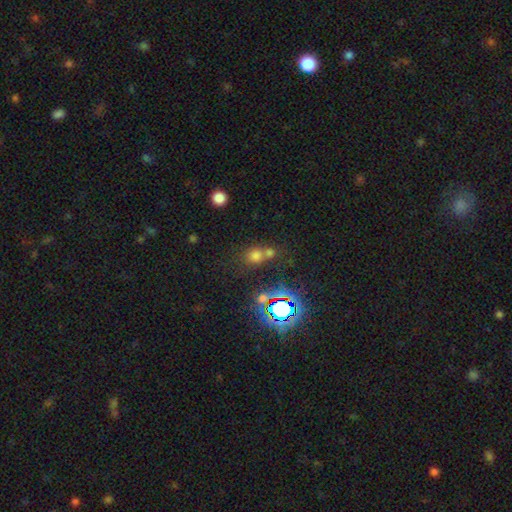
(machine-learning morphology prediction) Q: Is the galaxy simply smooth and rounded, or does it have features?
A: smooth — 62%.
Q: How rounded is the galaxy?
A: round — 72%.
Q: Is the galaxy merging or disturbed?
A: none — 45%.